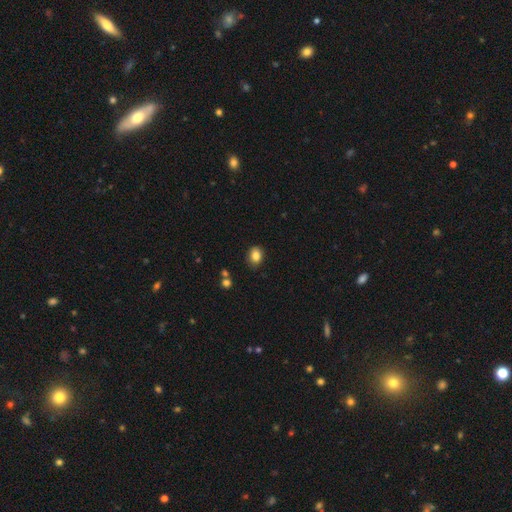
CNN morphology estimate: Overall: smooth (84%). How rounded: in between (53%; round 46%). Merging: none (86%).